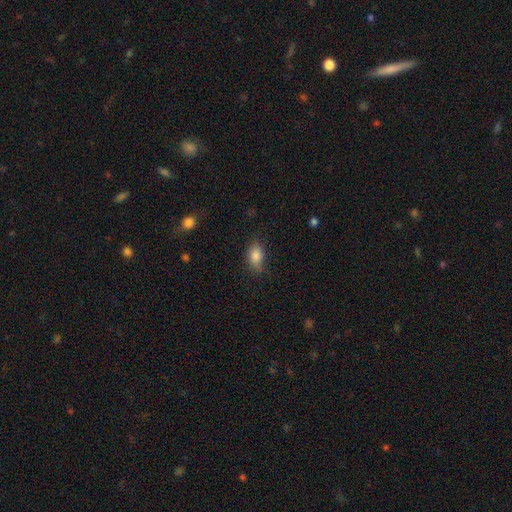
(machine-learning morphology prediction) Overall: smooth (84%). How rounded: in between (81%). Merging: none (70%).